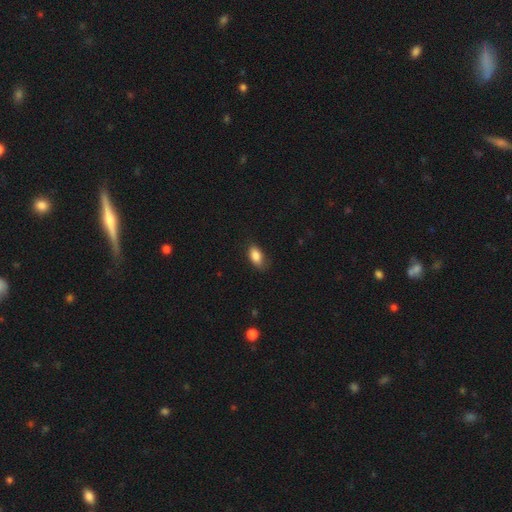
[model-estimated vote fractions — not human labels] Smooth or featured? Predicted: smooth (p=0.85). How rounded? Predicted: in between (p=0.90). Merging? Predicted: none (p=0.74).